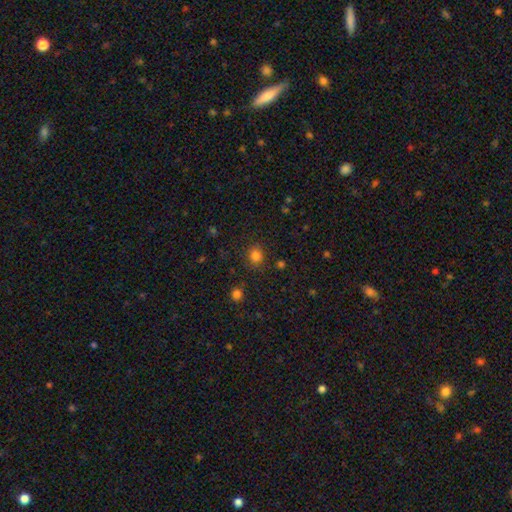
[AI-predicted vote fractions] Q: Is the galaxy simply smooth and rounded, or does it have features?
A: smooth — 81%.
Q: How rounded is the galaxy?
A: round — 75%.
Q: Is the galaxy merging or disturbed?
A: none — 83%.